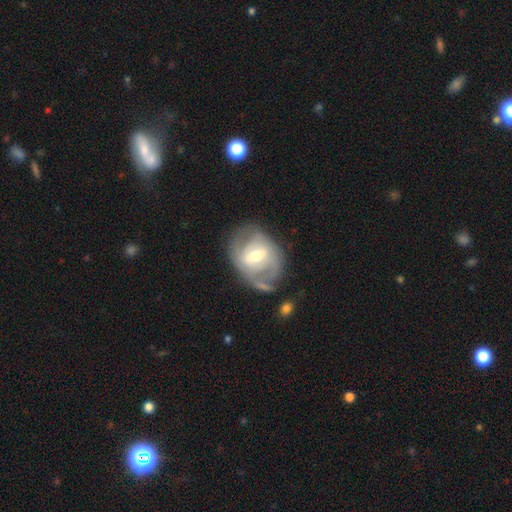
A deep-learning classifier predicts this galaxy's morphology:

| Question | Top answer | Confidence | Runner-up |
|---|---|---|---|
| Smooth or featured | featured or disk | 69% | smooth (25%) |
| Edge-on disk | no | 96% | yes (4%) |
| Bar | weak | 49% | strong (31%) |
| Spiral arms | yes | 67% | no (33%) |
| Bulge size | moderate | 64% | small (24%) |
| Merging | none | 52% | minor disturbance (24%) |